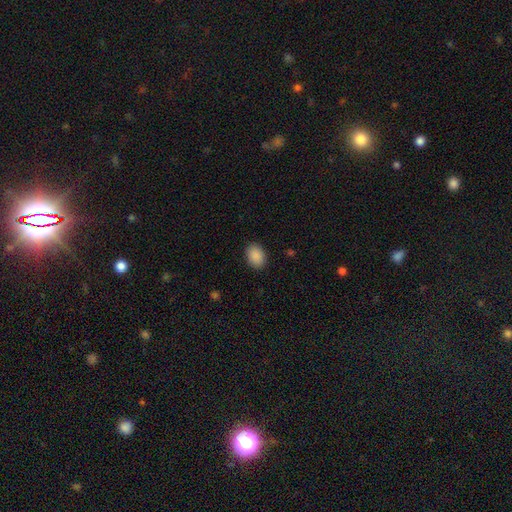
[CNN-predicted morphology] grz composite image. It shows a smooth galaxy with no disk features (90%) that is in between round and cigar-shaped (77%). Merging: none (89%).